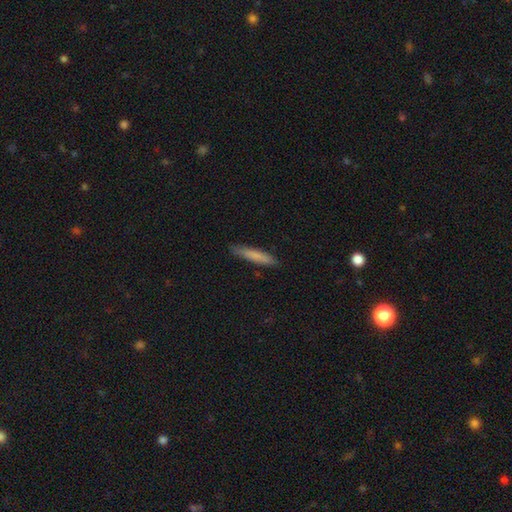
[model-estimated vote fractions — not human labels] This is likely a smooth galaxy (78%). How rounded: clearly cigar-shaped (91%). Merging: clearly none (86%).